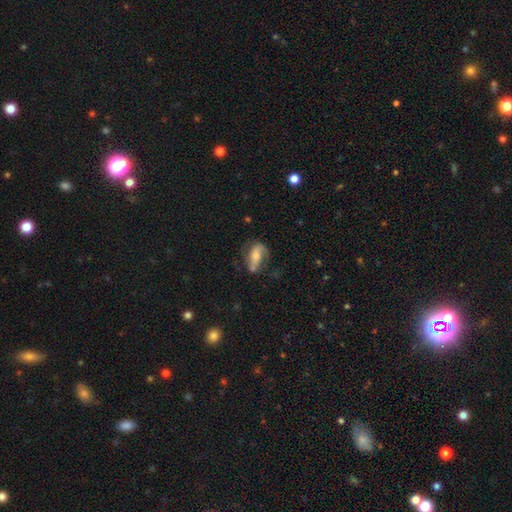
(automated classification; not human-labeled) Smooth or featured? Predicted: featured or disk (p=0.52). Edge-on disk? Predicted: no (p=0.90). Merging? Predicted: none (p=0.49).